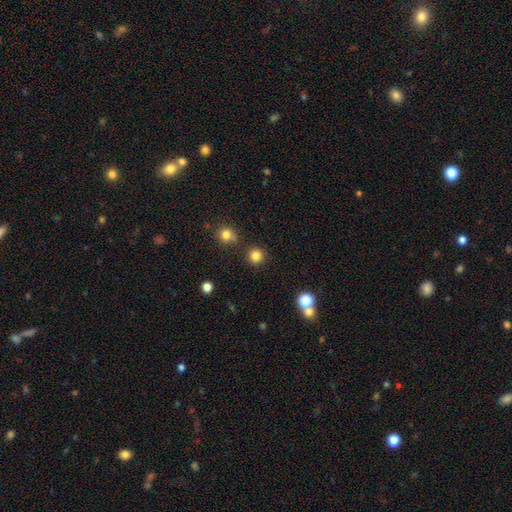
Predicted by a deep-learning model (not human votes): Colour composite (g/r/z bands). It shows a smooth galaxy with no disk features (83%) that is round (94%). Merging: none (87%).